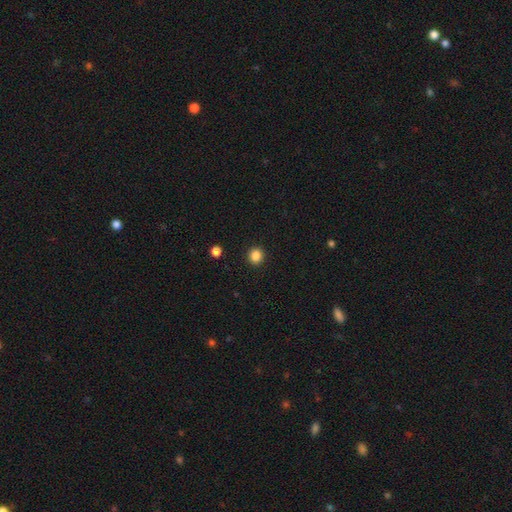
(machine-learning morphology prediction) smooth-or-featured: smooth: 86% | star or artifact: 11% | featured or disk: 3%
  how-rounded: round: 88% | in between: 11% | cigar-shaped: 1%
  merging: none: 92% | minor disturbance: 5% | major disturbance: 2% | merger: 1%